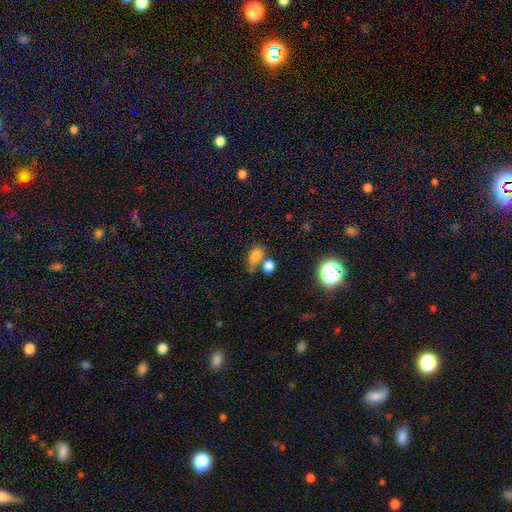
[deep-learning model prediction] A smooth galaxy with no disk features (76%) that is in between round and cigar-shaped (75%).

Vote fractions:
- Smooth or featured? smooth: 76% / star or artifact: 14% / featured or disk: 9%
- How rounded? in between: 75% / round: 22% / cigar-shaped: 2%
- Merging? none: 42% / merger: 32% / minor disturbance: 17% / major disturbance: 10%